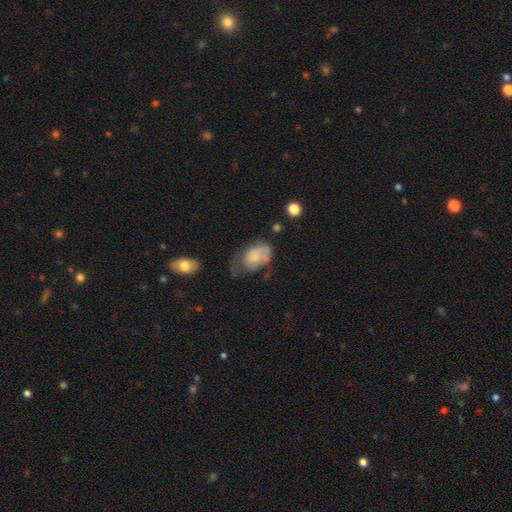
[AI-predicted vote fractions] smooth 64%, featured or disk 28%, star or artifact 8%. Down the decision tree: how rounded — in between (89%); merging — minor disturbance (34%).